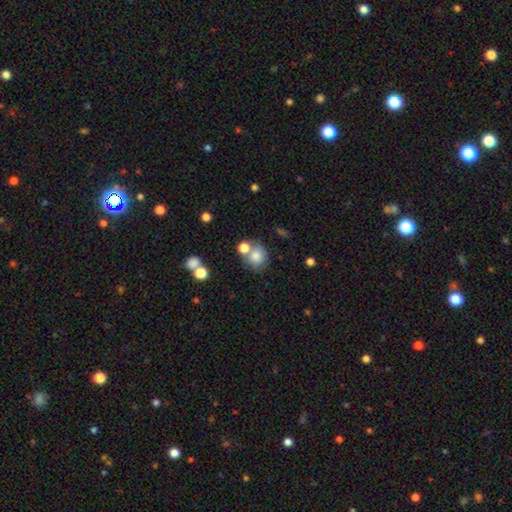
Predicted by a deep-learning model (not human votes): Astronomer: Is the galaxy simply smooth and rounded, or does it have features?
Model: smooth — 79%.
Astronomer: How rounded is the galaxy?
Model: round — 79%.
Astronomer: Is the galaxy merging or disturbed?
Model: none — 57%.